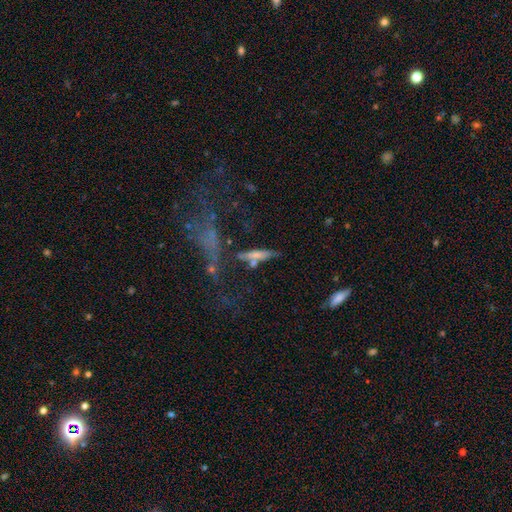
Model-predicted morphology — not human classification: Smooth or featured? smooth (62%)
How rounded? cigar-shaped (77%)
Merging? none (55%)